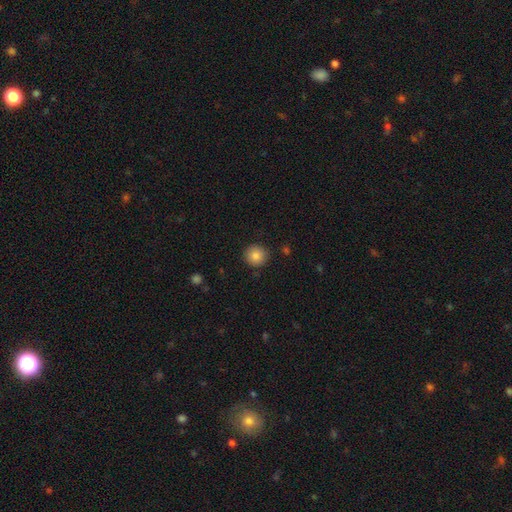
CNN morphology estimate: smooth-or-featured: smooth: 85% | star or artifact: 9% | featured or disk: 6%
  how-rounded: round: 92% | in between: 7% | cigar-shaped: 1%
  merging: none: 89% | minor disturbance: 7% | major disturbance: 2% | merger: 1%